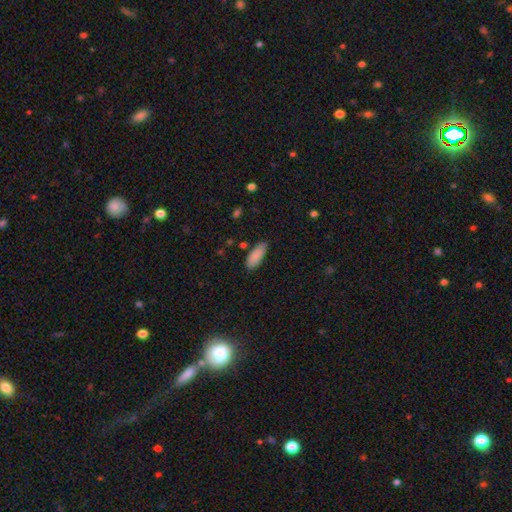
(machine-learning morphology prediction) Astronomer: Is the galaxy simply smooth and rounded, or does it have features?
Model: smooth — 87%.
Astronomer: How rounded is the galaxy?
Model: in between — 74%.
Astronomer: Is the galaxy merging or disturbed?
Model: none — 78%.